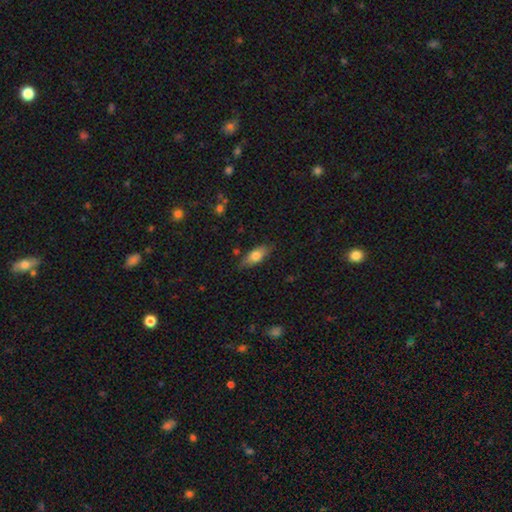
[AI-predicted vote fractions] Smooth or featured: smooth — 72% (featured or disk — 21%)
How rounded: in between — 77% (cigar-shaped — 20%)
Merging: none — 78% (minor disturbance — 17%)